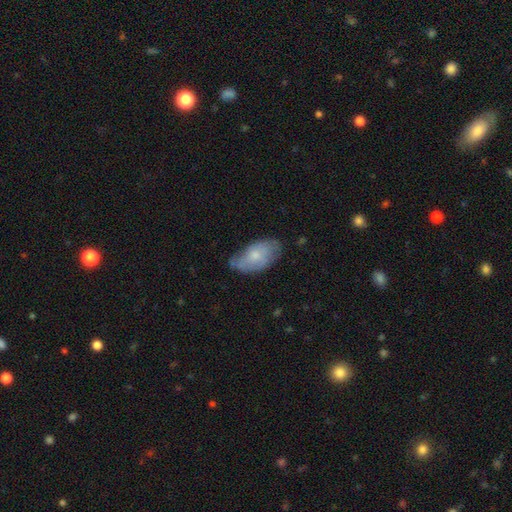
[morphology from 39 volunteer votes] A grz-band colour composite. It shows a featured or disk galaxy (59%) with no bar (95%), medium (46%) spiral arms (59%) and a moderate central bulge (59%). Merging: none (66%).